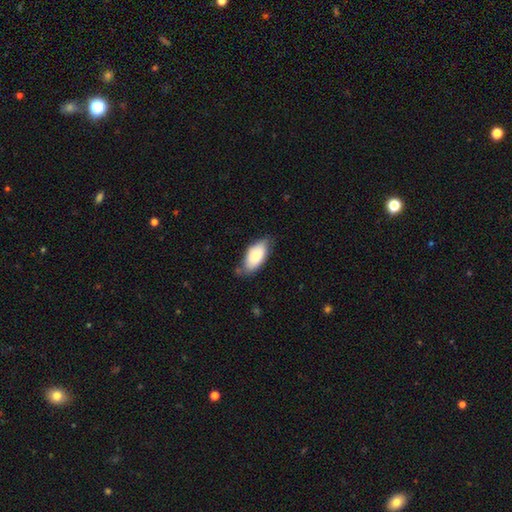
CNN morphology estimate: smooth_or_featured: smooth (p=0.78) [alt: featured or disk p=0.16]
how_rounded: in between (p=0.92) [alt: cigar-shaped p=0.06]
merging: none (p=0.66) [alt: minor disturbance p=0.26]